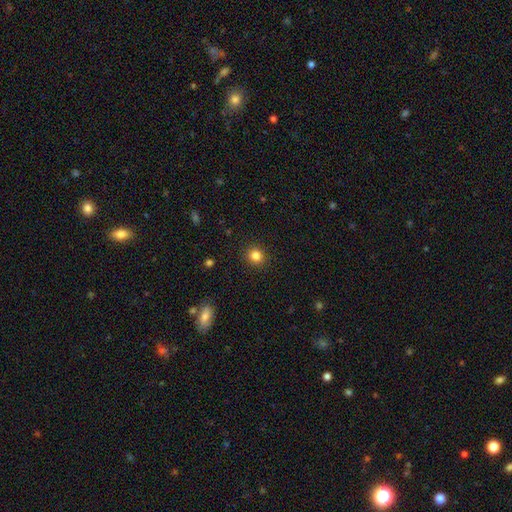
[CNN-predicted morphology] Smooth or featured?
  - smooth: 84% *
  - star or artifact: 12%
  - featured or disk: 5%
How rounded?
  - round: 87% *
  - in between: 12%
  - cigar-shaped: 1%
Merging?
  - none: 91% *
  - minor disturbance: 6%
  - major disturbance: 2%
  - merger: 1%